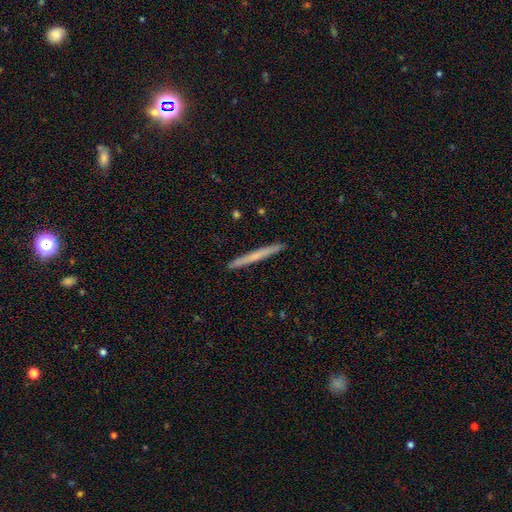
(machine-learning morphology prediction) The model was most divided on "smooth or featured": smooth: 55%, featured or disk: 40%, star or artifact: 6%. More confident: how rounded — cigar-shaped (97%); merging — none (93%).